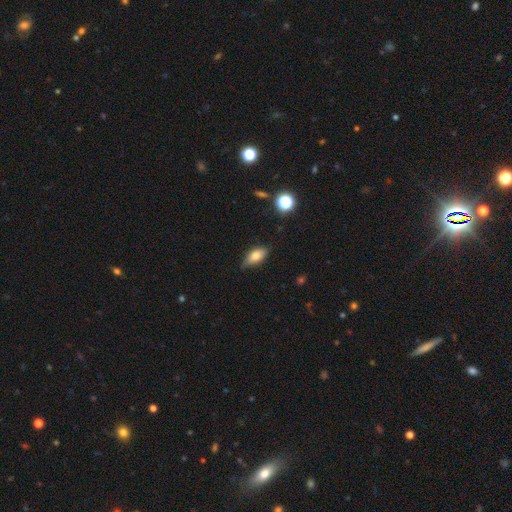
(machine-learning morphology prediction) smooth 73%, featured or disk 18%, star or artifact 9%. Down the decision tree: how rounded — in between (84%); merging — none (73%).